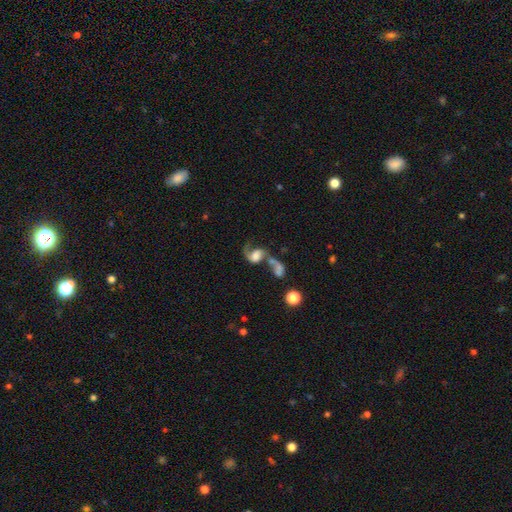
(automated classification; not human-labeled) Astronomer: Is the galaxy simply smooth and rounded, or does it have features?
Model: featured or disk — 70%.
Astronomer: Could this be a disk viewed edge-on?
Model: no — 97%.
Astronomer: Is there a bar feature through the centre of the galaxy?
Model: no — 57%.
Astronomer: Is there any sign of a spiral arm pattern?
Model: yes — 88%.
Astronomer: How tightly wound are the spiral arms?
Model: loose — 78%.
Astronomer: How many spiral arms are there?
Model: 2 — 77%.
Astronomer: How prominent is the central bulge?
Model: large — 31% (runner-up: moderate, 26%).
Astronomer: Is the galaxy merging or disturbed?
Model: merger — 50%.